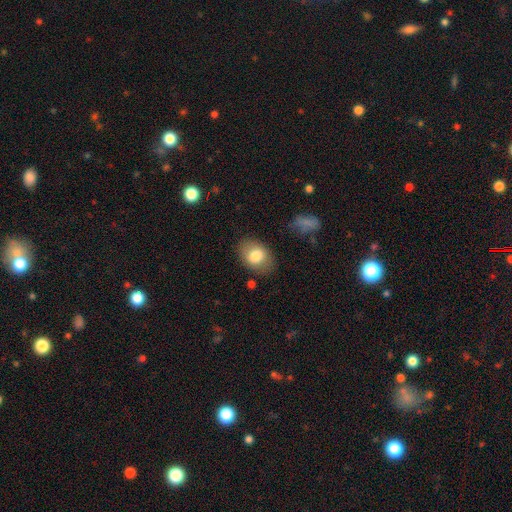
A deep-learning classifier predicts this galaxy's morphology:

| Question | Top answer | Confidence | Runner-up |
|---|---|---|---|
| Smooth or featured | smooth | 78% | featured or disk (15%) |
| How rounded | in between | 77% | round (22%) |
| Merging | none | 80% | minor disturbance (14%) |